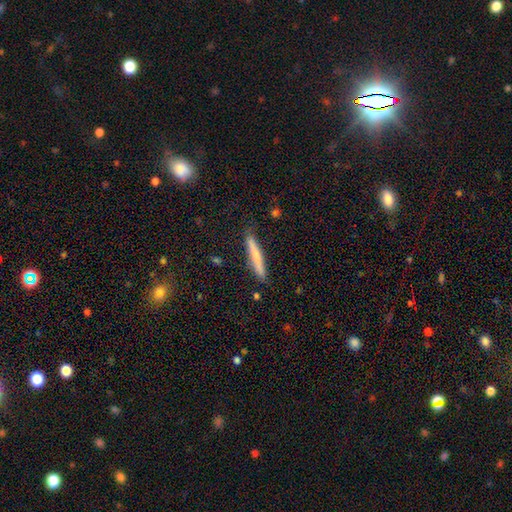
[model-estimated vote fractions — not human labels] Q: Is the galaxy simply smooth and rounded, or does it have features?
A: smooth — 59%.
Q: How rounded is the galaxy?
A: cigar-shaped — 94%.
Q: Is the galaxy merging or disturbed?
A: none — 86%.